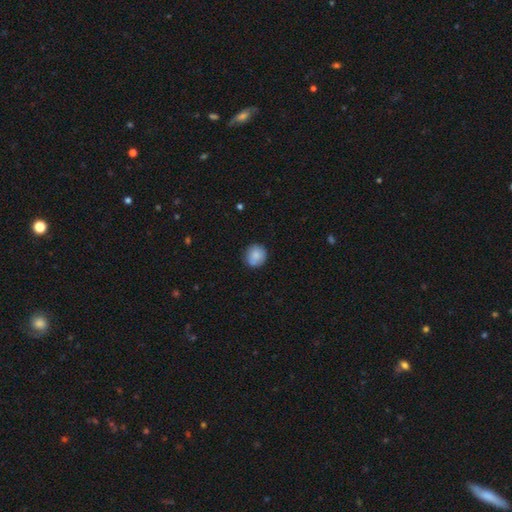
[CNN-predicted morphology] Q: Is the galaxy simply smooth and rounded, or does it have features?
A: smooth — 84%.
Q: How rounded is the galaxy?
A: round — 89%.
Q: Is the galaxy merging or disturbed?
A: none — 82%.